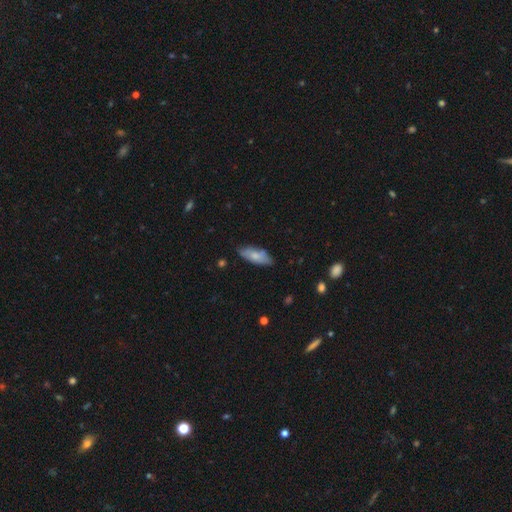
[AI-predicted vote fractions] A smooth galaxy with no disk features (74%) that is in between round and cigar-shaped (70%).

Vote fractions:
- Smooth or featured? smooth: 74% / featured or disk: 20% / star or artifact: 6%
- How rounded? in between: 70% / cigar-shaped: 29% / round: 2%
- Merging? none: 76% / minor disturbance: 18% / major disturbance: 3% / merger: 3%